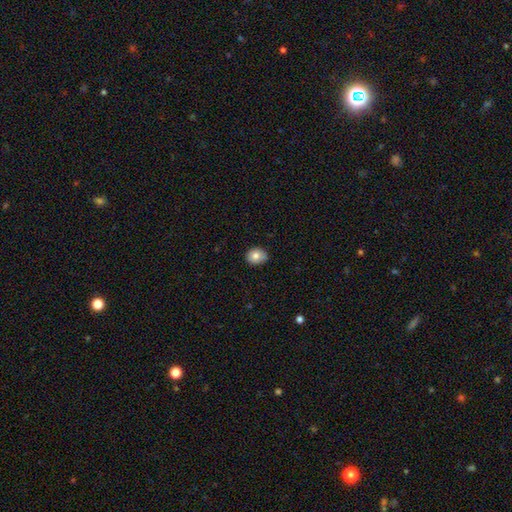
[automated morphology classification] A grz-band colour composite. It shows a smooth galaxy with no disk features (80%) that is round (59%). Merging: none (84%).